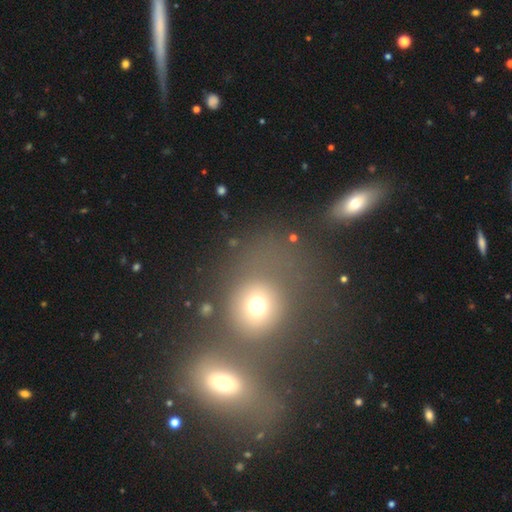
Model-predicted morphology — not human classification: Smooth or featured? Predicted: smooth (p=0.62). How rounded? Predicted: round (p=0.69). Merging? Predicted: none (p=0.40).